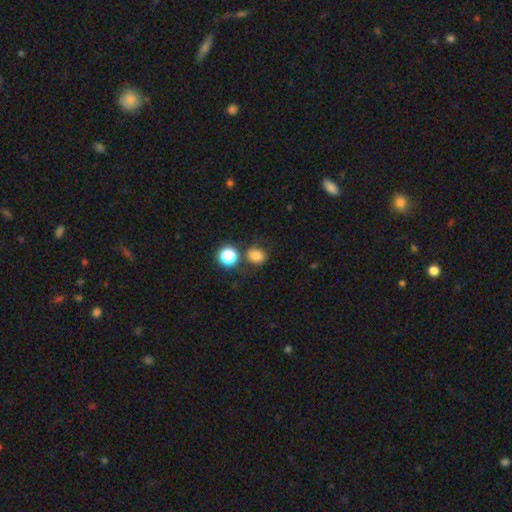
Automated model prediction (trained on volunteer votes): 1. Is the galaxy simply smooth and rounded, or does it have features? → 78% smooth, 16% star or artifact, 6% featured or disk.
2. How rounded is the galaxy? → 64% round, 35% in between, 1% cigar-shaped.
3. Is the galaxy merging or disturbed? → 68% none, 14% minor disturbance, 12% merger, 5% major disturbance.